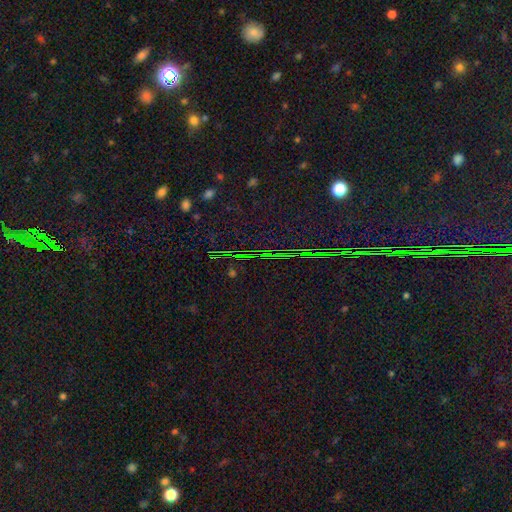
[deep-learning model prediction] smooth_or_featured: star or artifact (p=0.85) [alt: smooth p=0.08]